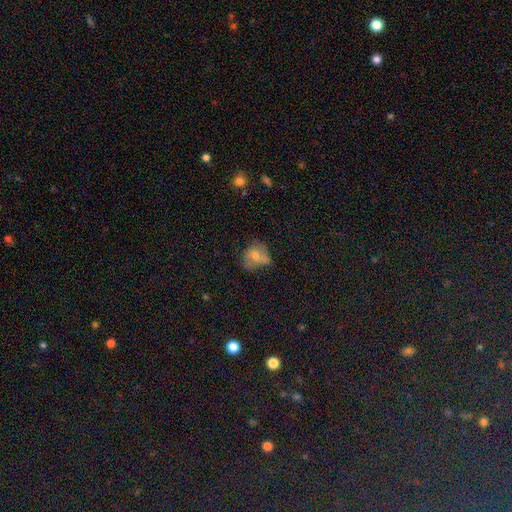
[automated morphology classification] Smooth or featured? smooth (48%)
Merging? none (44%)